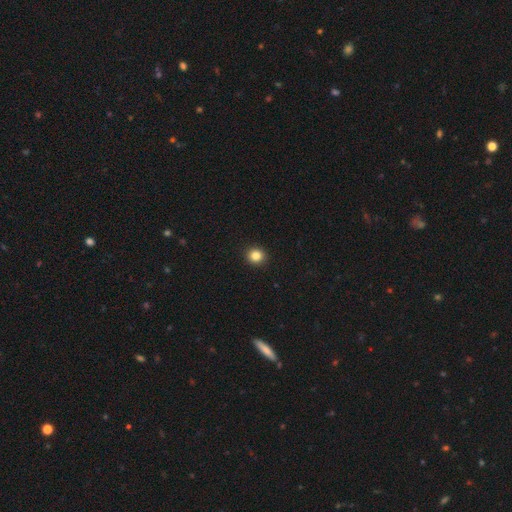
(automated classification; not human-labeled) smooth 84%, star or artifact 11%, featured or disk 4%. Down the decision tree: how rounded — round (89%); merging — none (93%).